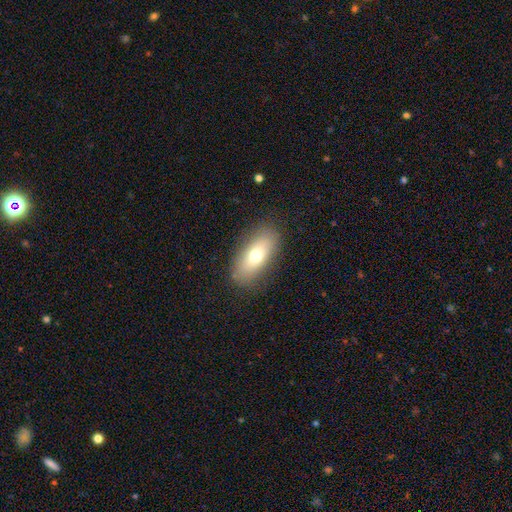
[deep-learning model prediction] The model was most divided on "smooth or featured": smooth: 69%, featured or disk: 22%, star or artifact: 8%. More confident: merging — none (85%); how rounded — in between (82%).